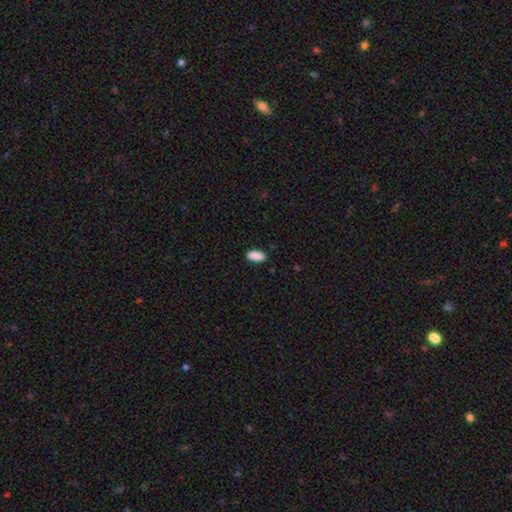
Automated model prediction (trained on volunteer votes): Smooth or featured? Predicted: smooth (p=0.90). How rounded? Predicted: in between (p=0.87). Merging? Predicted: none (p=0.88).